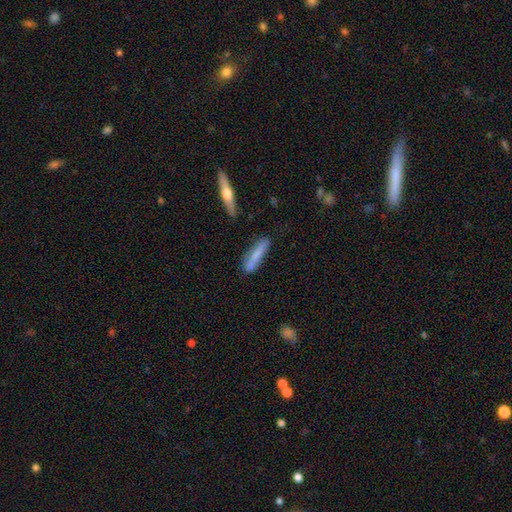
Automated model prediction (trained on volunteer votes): A smooth galaxy with no disk features (67%) that is cigar-shaped (85%). Merging: none (73%).